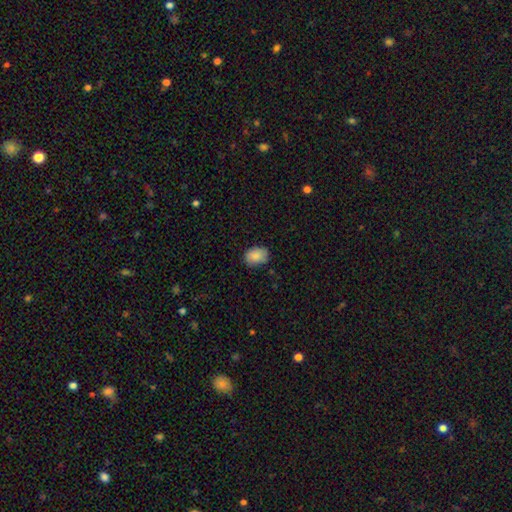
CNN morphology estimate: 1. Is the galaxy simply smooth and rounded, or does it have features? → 87% smooth, 7% star or artifact, 5% featured or disk.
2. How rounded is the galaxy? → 70% in between, 29% round, 1% cigar-shaped.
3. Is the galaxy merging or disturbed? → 78% none, 18% minor disturbance, 3% major disturbance, 1% merger.